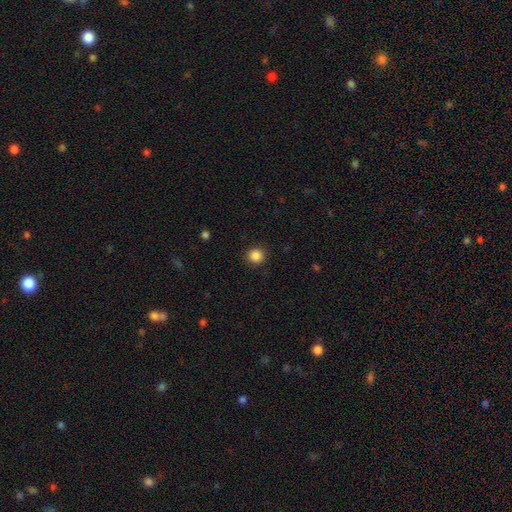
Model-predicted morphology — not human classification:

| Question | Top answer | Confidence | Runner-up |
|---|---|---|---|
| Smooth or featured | smooth | 86% | star or artifact (11%) |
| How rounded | round | 92% | in between (7%) |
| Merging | none | 91% | minor disturbance (6%) |